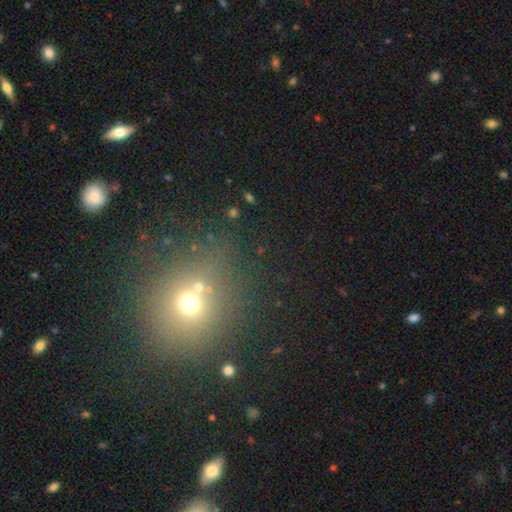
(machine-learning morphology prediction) Smooth or featured: smooth — 44% (tied with star or artifact — 44%)
Merging: none — 69% (merger — 15%)